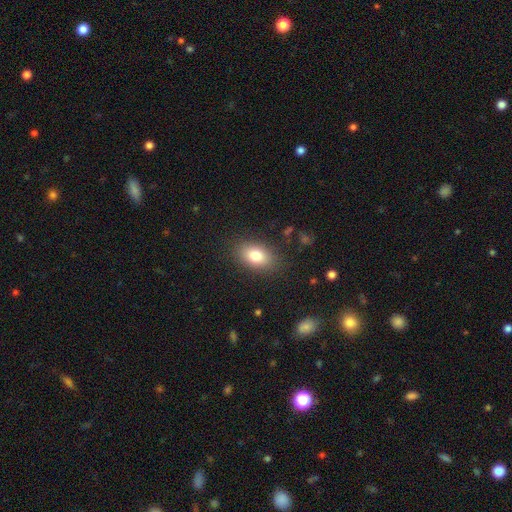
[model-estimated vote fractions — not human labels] A smooth galaxy with no disk features (80%) that is in between round and cigar-shaped (86%).

Vote fractions:
- Smooth or featured? smooth: 80% / featured or disk: 11% / star or artifact: 9%
- How rounded? in between: 86% / round: 12% / cigar-shaped: 2%
- Merging? none: 85% / minor disturbance: 10% / major disturbance: 3% / merger: 1%